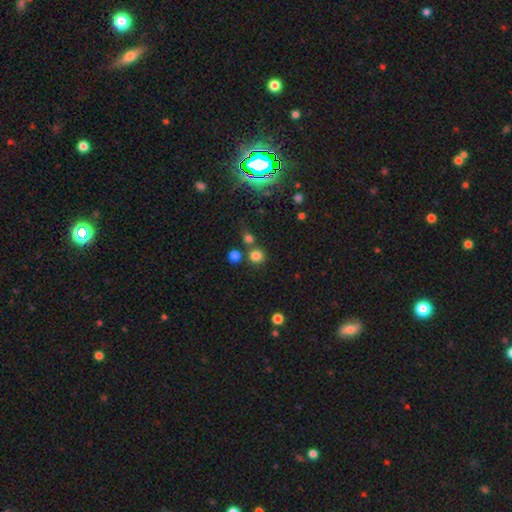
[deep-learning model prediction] Overall: smooth (77%). How rounded: round (90%). Merging: none (72%).